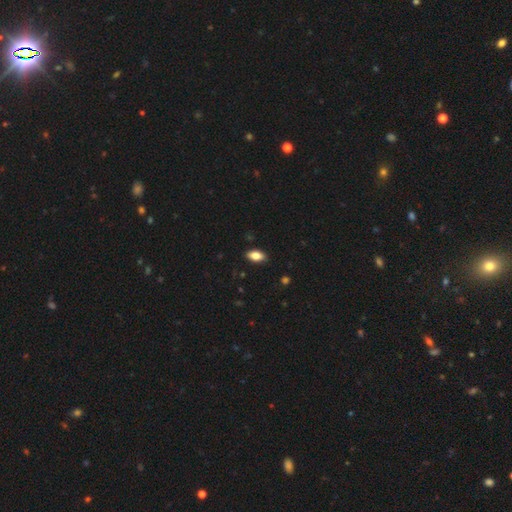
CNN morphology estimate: Smooth or featured: smooth — 83% (featured or disk — 10%)
How rounded: in between — 91% (cigar-shaped — 5%)
Merging: none — 88% (minor disturbance — 9%)